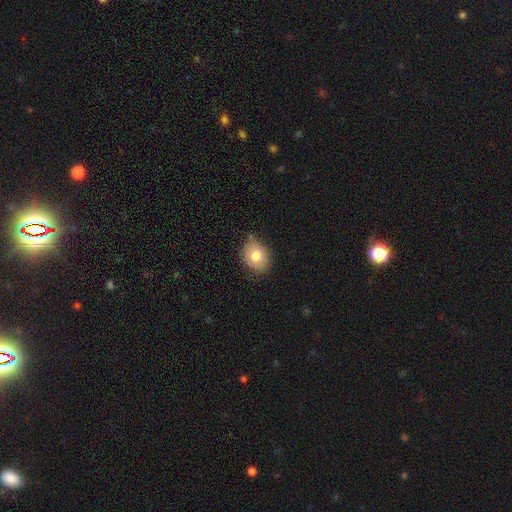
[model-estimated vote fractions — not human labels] Smooth or featured?
  - smooth: 78% *
  - featured or disk: 13%
  - star or artifact: 8%
How rounded?
  - in between: 51% *
  - round: 48%
  - cigar-shaped: 1%
Merging?
  - none: 72% *
  - minor disturbance: 22%
  - major disturbance: 4%
  - merger: 2%